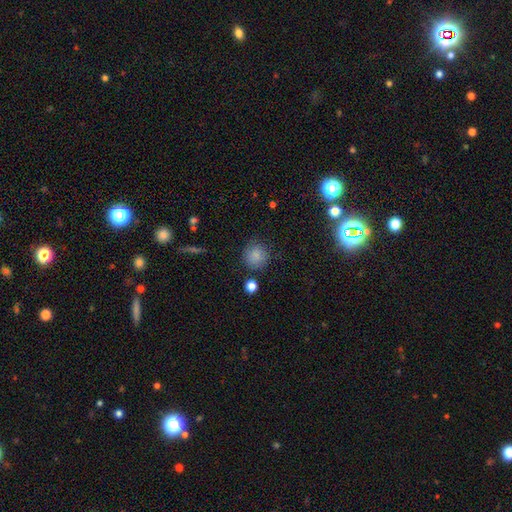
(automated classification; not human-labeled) Smooth or featured: smooth — 84% (star or artifact — 11%)
How rounded: round — 90% (in between — 9%)
Merging: none — 80% (minor disturbance — 13%)